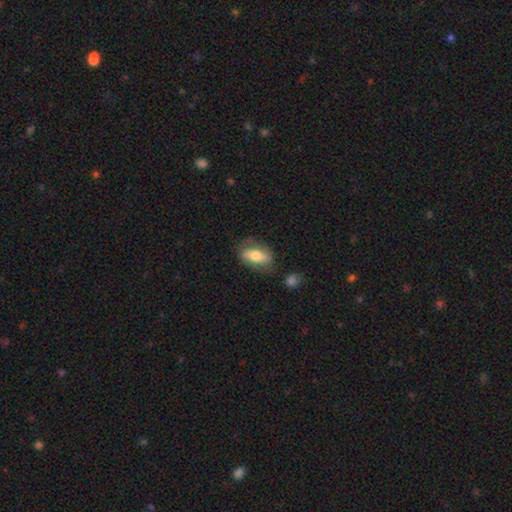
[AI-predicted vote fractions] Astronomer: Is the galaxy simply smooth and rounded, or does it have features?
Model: smooth — 62%.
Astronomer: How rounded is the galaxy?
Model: in between — 84%.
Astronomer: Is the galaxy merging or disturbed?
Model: none — 67%.